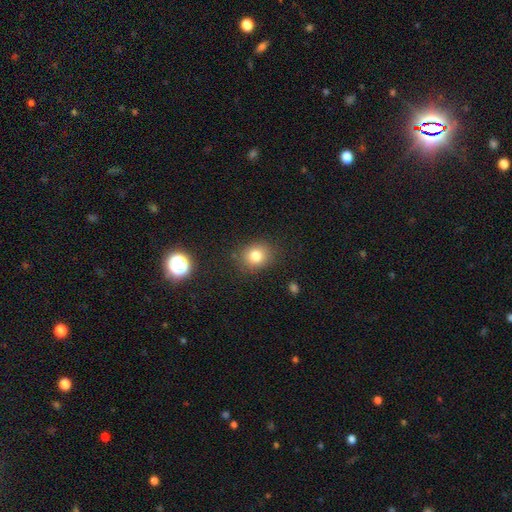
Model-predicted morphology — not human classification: The model was most divided on "how rounded": round: 66%, in between: 33%, cigar-shaped: 1%. More confident: merging — none (84%); smooth or featured — smooth (79%).